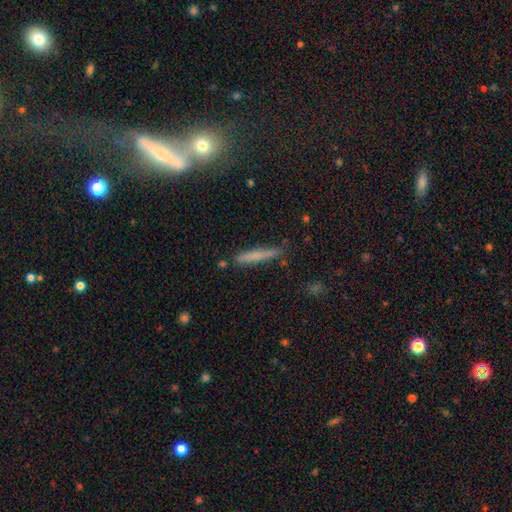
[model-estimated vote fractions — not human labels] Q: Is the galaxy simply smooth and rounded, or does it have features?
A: smooth — 69%.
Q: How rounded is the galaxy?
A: cigar-shaped — 93%.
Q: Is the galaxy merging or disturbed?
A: none — 78%.